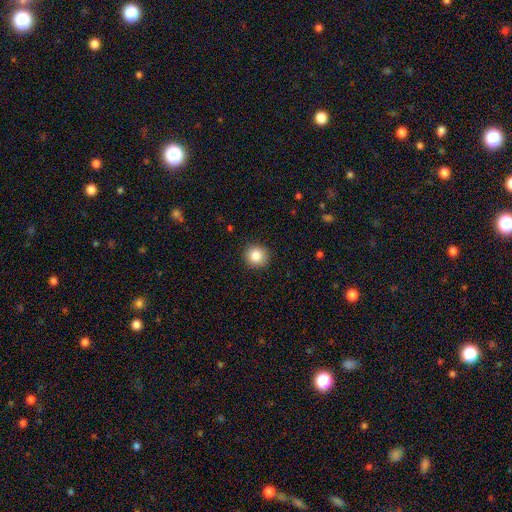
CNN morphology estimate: Smooth or featured? smooth (85%)
How rounded? round (91%)
Merging? none (91%)